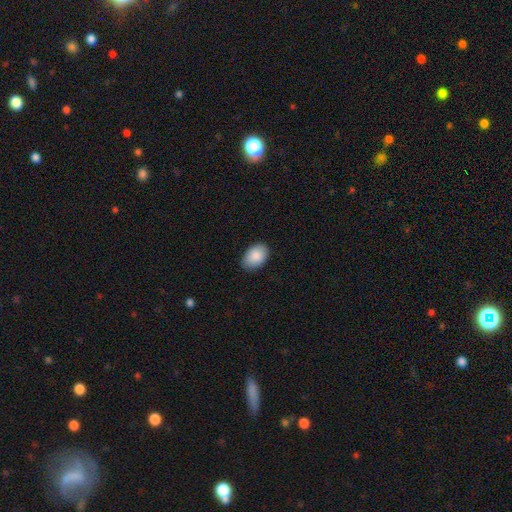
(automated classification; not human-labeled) smooth-or-featured: smooth: 89% | star or artifact: 6% | featured or disk: 5%
  how-rounded: in between: 88% | round: 11% | cigar-shaped: 1%
  merging: none: 83% | minor disturbance: 13% | major disturbance: 2% | merger: 1%